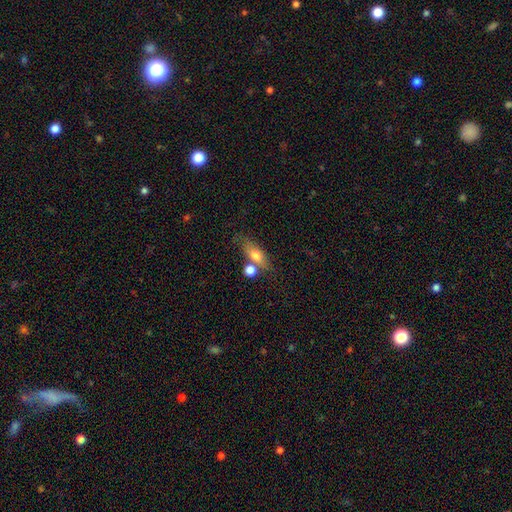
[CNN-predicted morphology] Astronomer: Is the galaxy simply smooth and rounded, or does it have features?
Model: smooth — 69%.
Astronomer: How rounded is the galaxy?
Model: in between — 68%.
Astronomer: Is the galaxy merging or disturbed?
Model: none — 55%.